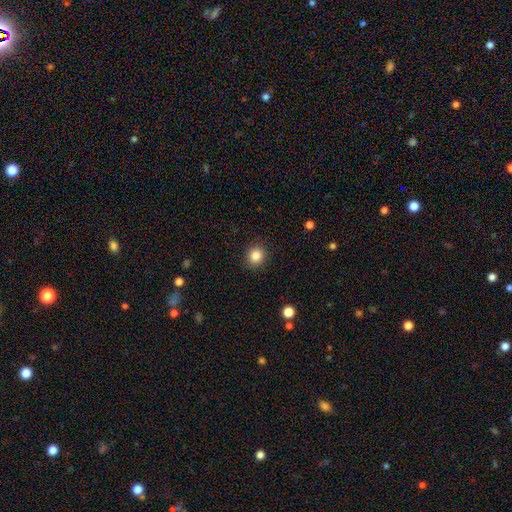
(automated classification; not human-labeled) Smooth or featured? smooth (85%)
How rounded? round (88%)
Merging? none (90%)